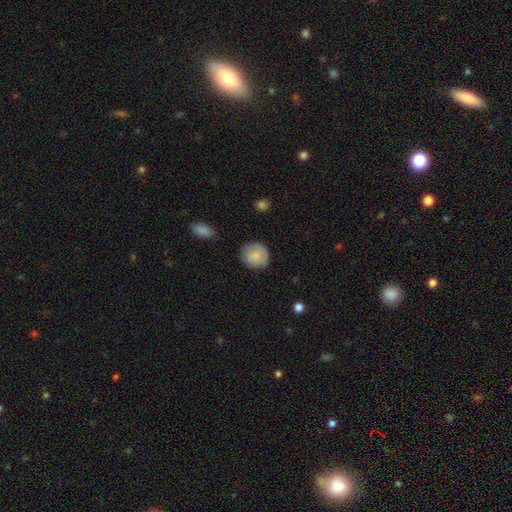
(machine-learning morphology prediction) Smooth or featured: smooth — 82% (featured or disk — 11%)
How rounded: round — 88% (in between — 11%)
Merging: none — 80% (minor disturbance — 15%)